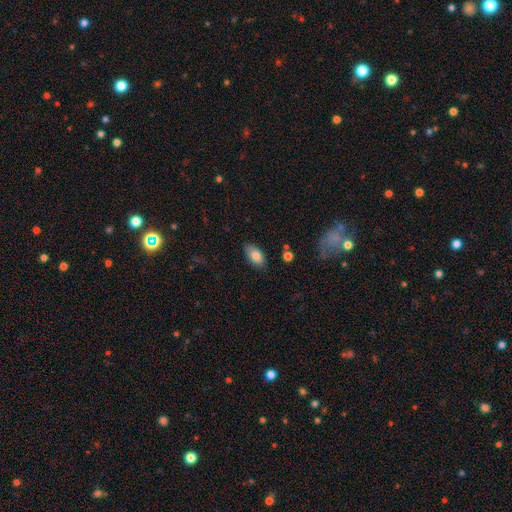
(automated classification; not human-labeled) smooth_or_featured: smooth (p=0.83) [alt: featured or disk p=0.10]
how_rounded: in between (p=0.92) [alt: round p=0.05]
merging: none (p=0.82) [alt: minor disturbance p=0.13]